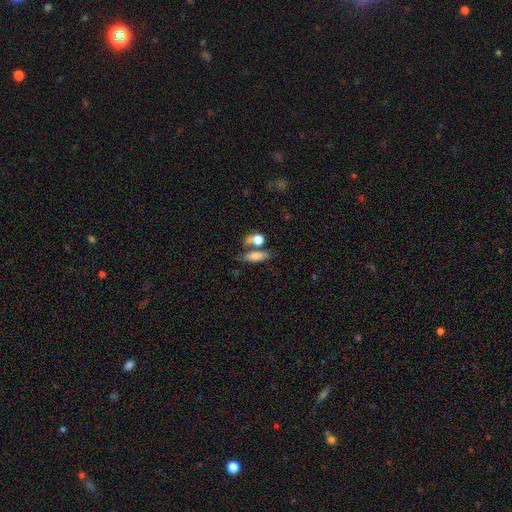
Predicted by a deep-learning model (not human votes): This is likely a smooth galaxy (76%). How rounded: likely in between (64%). Merging: possibly none (47%).